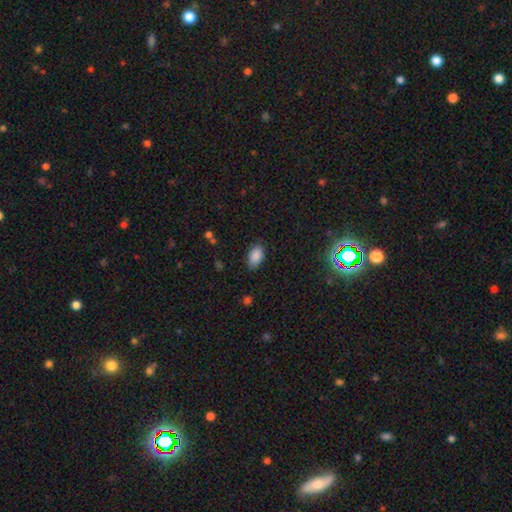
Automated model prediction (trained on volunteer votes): Morphology: type=smooth (88%); roundness=in between (93%); merging=none (82%).